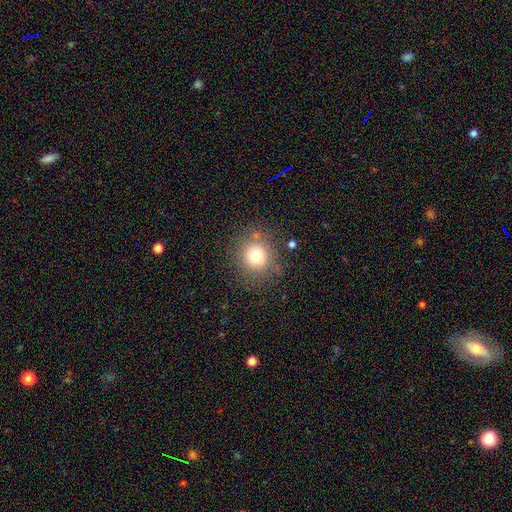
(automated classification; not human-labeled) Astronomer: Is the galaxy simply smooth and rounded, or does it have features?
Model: smooth — 74%.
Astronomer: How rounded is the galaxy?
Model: round — 89%.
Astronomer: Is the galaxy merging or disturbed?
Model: none — 80%.